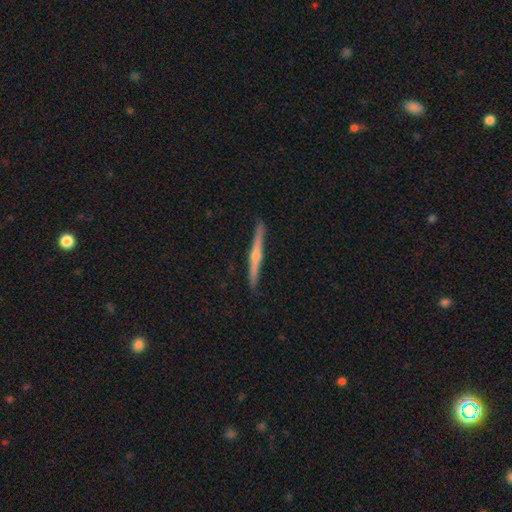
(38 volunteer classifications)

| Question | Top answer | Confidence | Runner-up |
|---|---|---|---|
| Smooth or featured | featured or disk | 82% | smooth (13%) |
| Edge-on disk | yes | 100% | — |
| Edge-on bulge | rounded | 100% | — |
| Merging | none | 81% | minor disturbance (17%) |